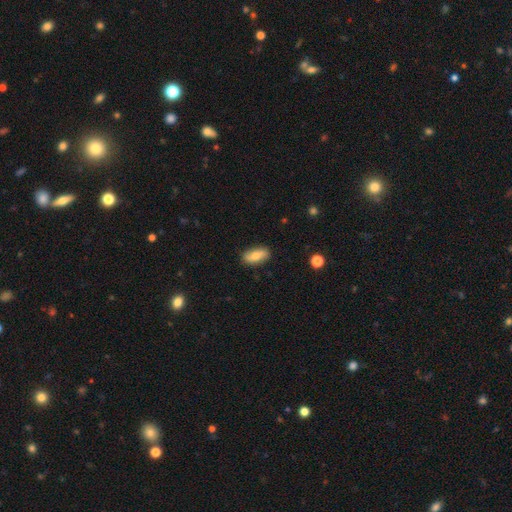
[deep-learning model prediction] Smooth or featured: smooth — 71% (featured or disk — 22%)
How rounded: in between — 86% (cigar-shaped — 10%)
Merging: none — 85% (minor disturbance — 11%)